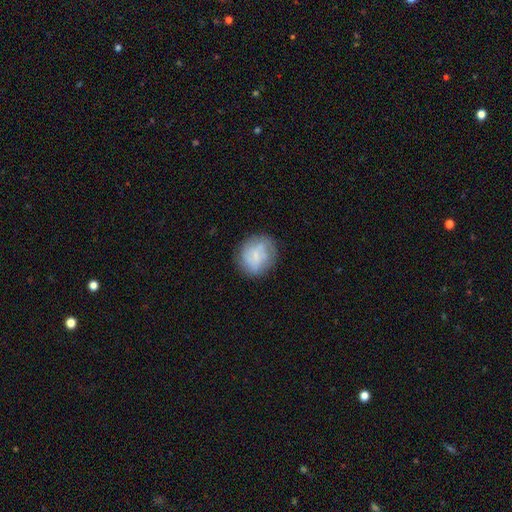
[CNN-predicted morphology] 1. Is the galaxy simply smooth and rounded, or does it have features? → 53% smooth, 39% featured or disk, 8% star or artifact.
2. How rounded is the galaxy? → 77% round, 22% in between, 1% cigar-shaped.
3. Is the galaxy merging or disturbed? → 71% none, 19% minor disturbance, 8% major disturbance, 2% merger.